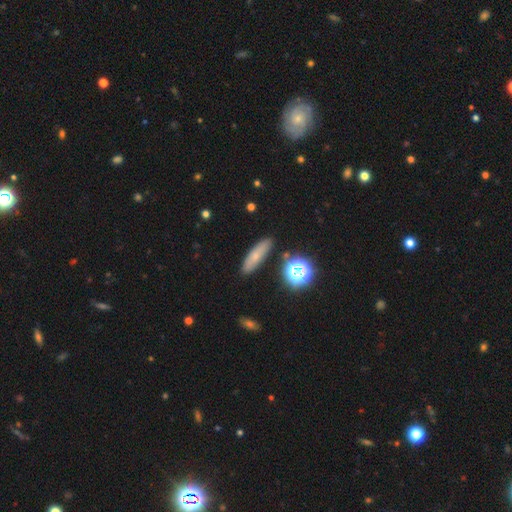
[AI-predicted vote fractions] Morphology: type=smooth (67%); roundness=cigar-shaped (63%); merging=none (86%).